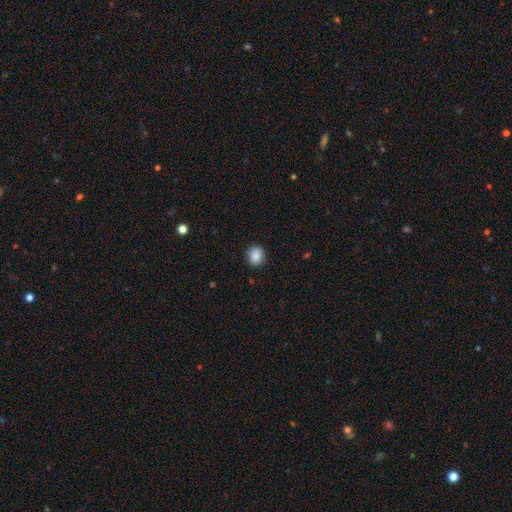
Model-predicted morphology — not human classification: Smooth or featured: smooth — 88% (star or artifact — 9%)
How rounded: round — 69% (in between — 30%)
Merging: none — 89% (minor disturbance — 8%)